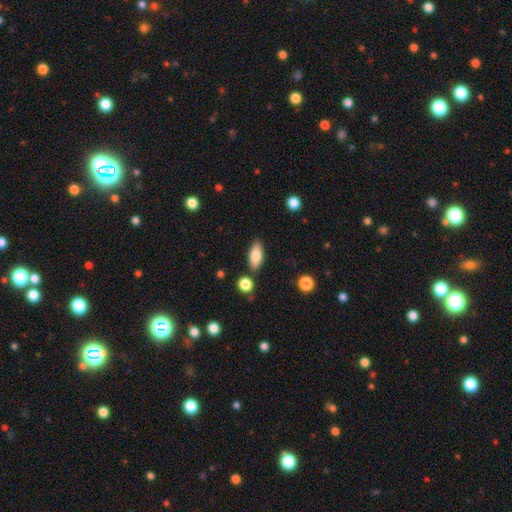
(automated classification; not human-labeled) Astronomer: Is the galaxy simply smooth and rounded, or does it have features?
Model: smooth — 78%.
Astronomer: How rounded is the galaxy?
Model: in between — 80%.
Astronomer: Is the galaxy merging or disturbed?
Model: none — 83%.